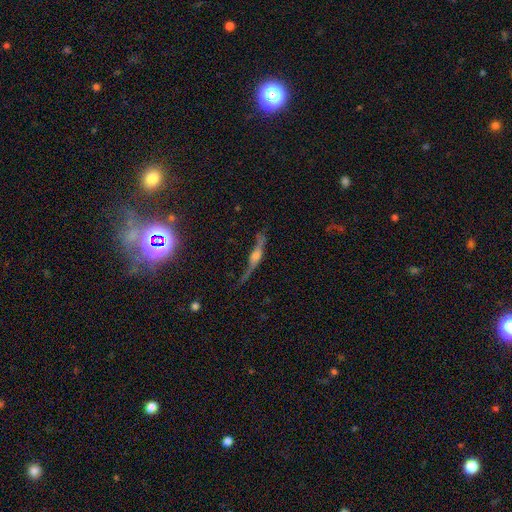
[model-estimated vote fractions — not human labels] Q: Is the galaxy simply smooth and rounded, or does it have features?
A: featured or disk — 67%.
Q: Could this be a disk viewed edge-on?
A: yes — 88%.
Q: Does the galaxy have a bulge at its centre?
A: rounded — 76%.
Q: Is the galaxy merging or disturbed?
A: none — 58%.